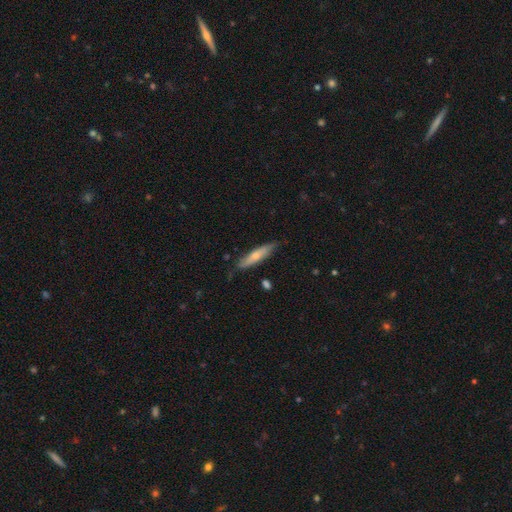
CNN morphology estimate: A smooth galaxy with no disk features (61%) that is cigar-shaped (81%).

Vote fractions:
- Smooth or featured? smooth: 61% / featured or disk: 34% / star or artifact: 5%
- How rounded? cigar-shaped: 81% / in between: 18% / round: 2%
- Merging? none: 79% / minor disturbance: 16% / major disturbance: 2% / merger: 2%